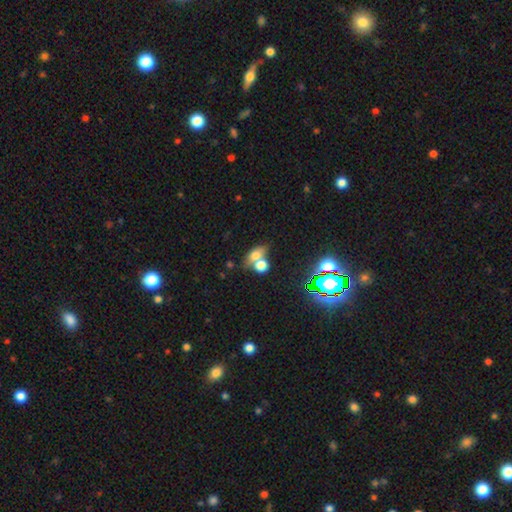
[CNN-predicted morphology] Smooth or featured?
  - smooth: 68% *
  - featured or disk: 17%
  - star or artifact: 15%
How rounded?
  - in between: 67% *
  - round: 28%
  - cigar-shaped: 5%
Merging?
  - merger: 51% *
  - none: 35%
  - minor disturbance: 9%
  - major disturbance: 5%